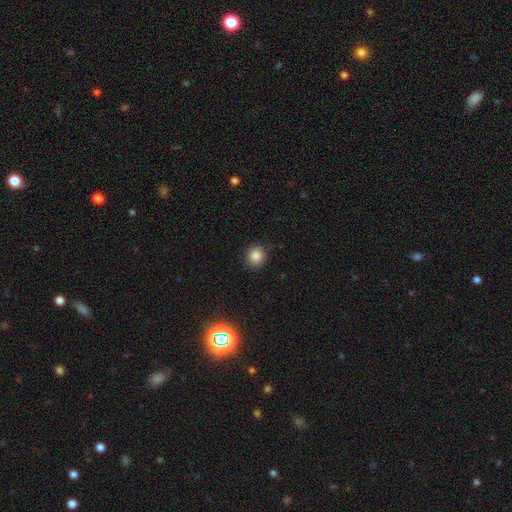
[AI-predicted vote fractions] Overall: smooth (85%). How rounded: round (87%). Merging: none (88%).